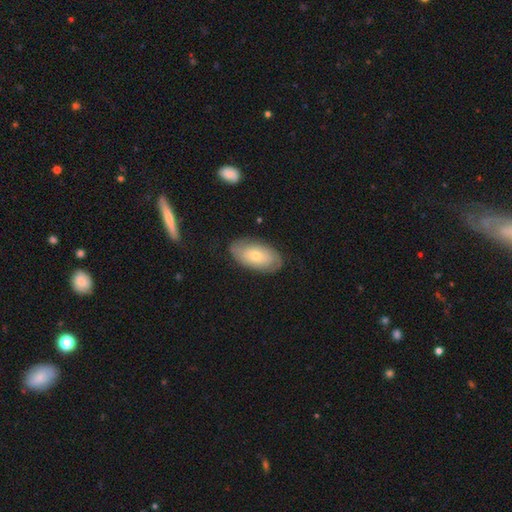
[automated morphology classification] Smooth or featured: smooth — 55% (featured or disk — 38%)
How rounded: in between — 93% (round — 4%)
Merging: none — 79% (minor disturbance — 16%)